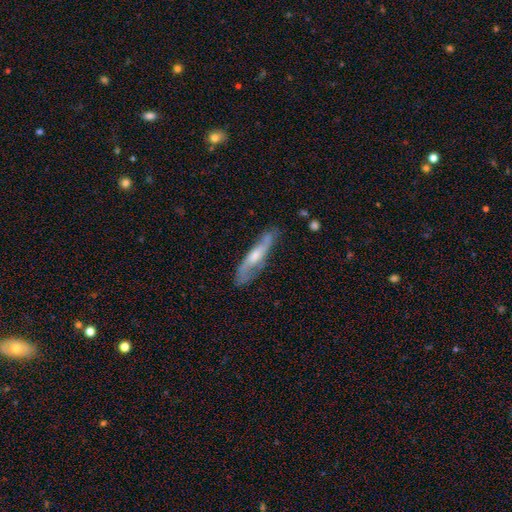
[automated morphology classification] This is likely a featured or disk galaxy (63%). It is possibly viewed edge-on (50%, tied with no). Merging: likely none (73%).